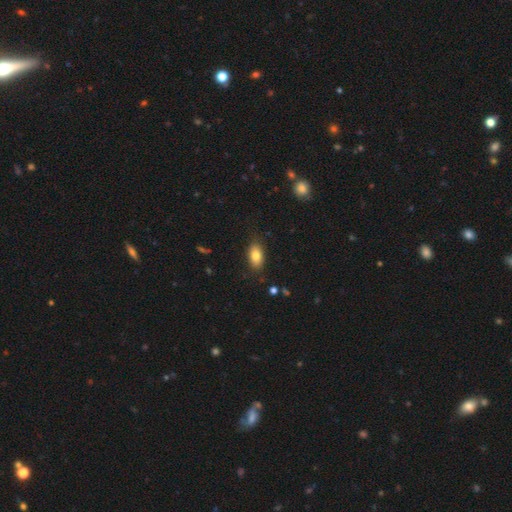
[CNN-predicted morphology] smooth 81%, featured or disk 11%, star or artifact 8%. Down the decision tree: how rounded — in between (90%); merging — none (84%).